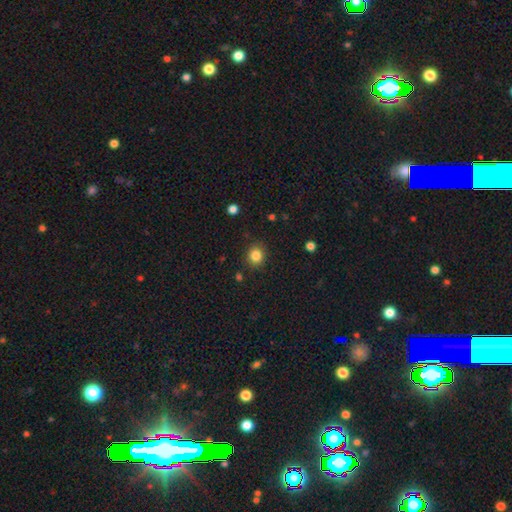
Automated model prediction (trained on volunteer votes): Q: Smooth or featured?
A: smooth (84%); runner-up: star or artifact (11%)
Q: How rounded?
A: round (81%); runner-up: in between (18%)
Q: Merging?
A: none (88%); runner-up: minor disturbance (8%)